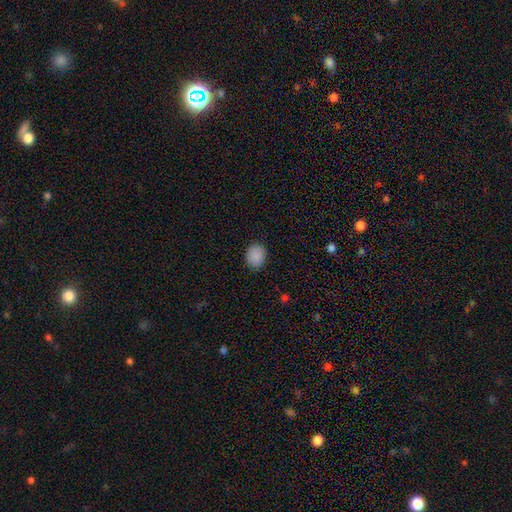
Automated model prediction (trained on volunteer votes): Morphology: type=smooth (89%); roundness=round (55%); merging=none (88%).